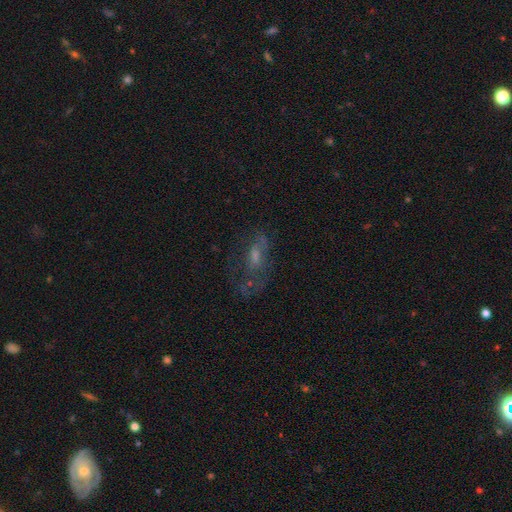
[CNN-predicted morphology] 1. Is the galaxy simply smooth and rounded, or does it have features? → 52% featured or disk, 30% smooth, 18% star or artifact.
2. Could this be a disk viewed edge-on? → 89% no, 11% yes.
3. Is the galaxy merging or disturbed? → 44% none, 32% major disturbance, 20% minor disturbance, 4% merger.